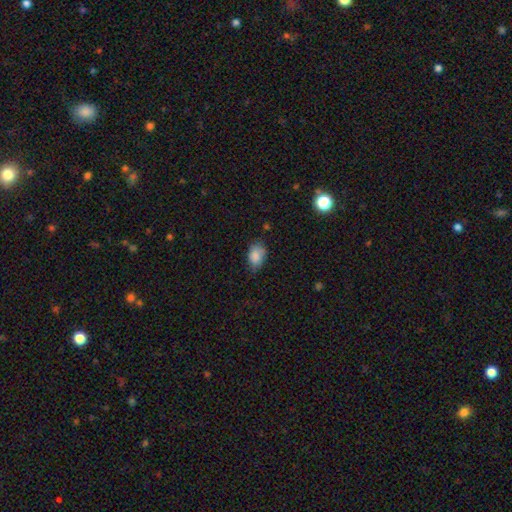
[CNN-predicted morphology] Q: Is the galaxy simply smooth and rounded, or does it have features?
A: smooth — 86%.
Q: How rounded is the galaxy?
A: in between — 84%.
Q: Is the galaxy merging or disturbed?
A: none — 62%.